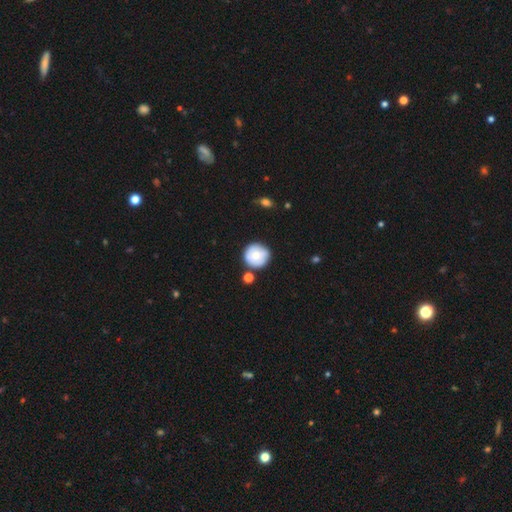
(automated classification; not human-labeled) Smooth or featured? Predicted: smooth (p=0.68). How rounded? Predicted: round (p=0.94). Merging? Predicted: none (p=0.73).